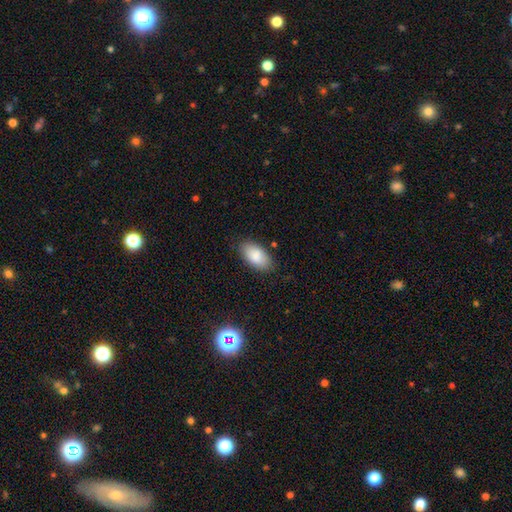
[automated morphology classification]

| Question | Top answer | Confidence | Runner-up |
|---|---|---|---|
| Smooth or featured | smooth | 87% | star or artifact (6%) |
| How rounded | in between | 95% | cigar-shaped (3%) |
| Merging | none | 84% | minor disturbance (12%) |